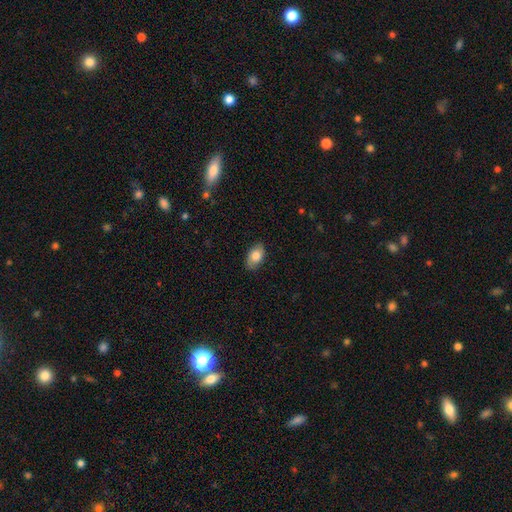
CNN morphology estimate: smooth_or_featured: smooth (p=0.77) [alt: featured or disk p=0.16]
how_rounded: in between (p=0.91) [alt: round p=0.08]
merging: none (p=0.82) [alt: minor disturbance p=0.14]